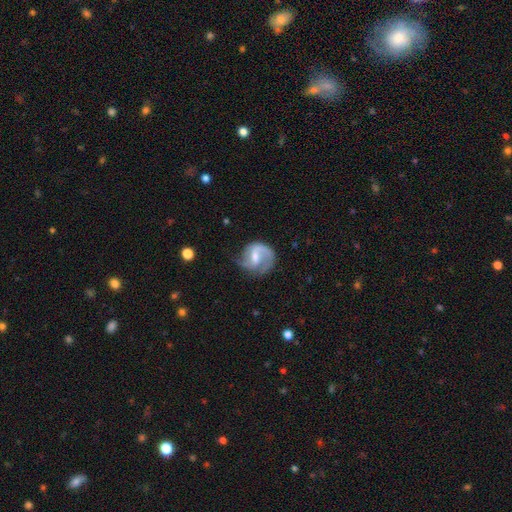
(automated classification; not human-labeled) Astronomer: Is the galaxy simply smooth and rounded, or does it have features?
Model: featured or disk — 80%.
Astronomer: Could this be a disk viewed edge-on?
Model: no — 98%.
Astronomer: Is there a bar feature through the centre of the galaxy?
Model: weak — 57%.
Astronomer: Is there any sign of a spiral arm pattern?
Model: yes — 94%.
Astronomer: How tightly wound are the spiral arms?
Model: medium — 48% (runner-up: loose, 31%).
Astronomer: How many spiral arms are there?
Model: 2 — 63%.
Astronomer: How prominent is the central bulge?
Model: small — 43%, tied with moderate at 43%.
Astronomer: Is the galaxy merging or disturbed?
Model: none — 59%.